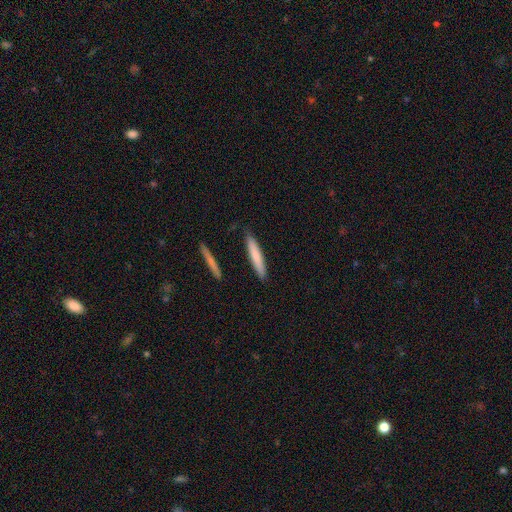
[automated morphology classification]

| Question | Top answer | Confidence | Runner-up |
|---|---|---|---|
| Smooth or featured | smooth | 75% | featured or disk (20%) |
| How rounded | cigar-shaped | 91% | in between (7%) |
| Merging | none | 87% | minor disturbance (9%) |